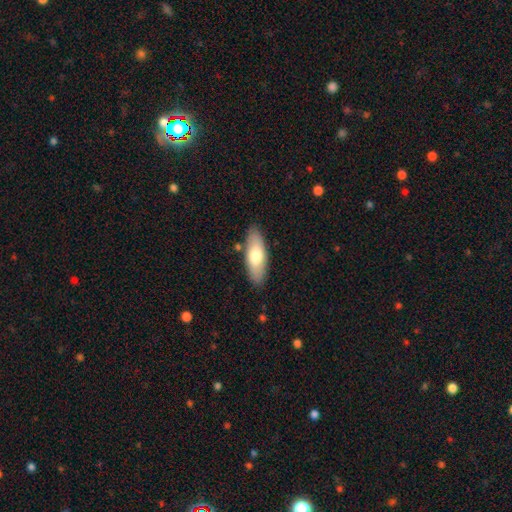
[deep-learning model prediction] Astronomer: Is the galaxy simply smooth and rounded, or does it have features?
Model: smooth — 72%.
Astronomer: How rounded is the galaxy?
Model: in between — 73%.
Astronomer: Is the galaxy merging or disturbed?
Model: none — 84%.